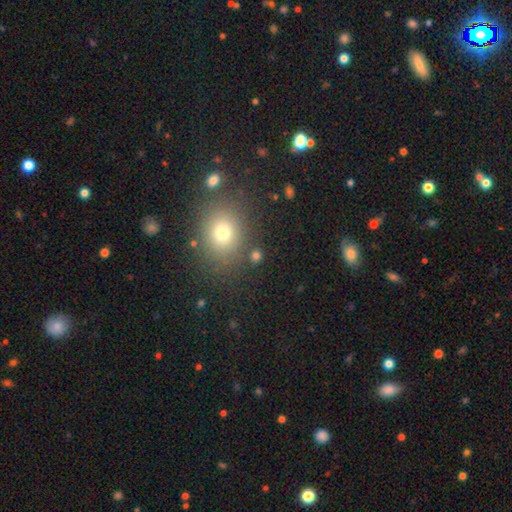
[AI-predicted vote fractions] A smooth galaxy with no disk features (73%) that is round (67%).

Vote fractions:
- Smooth or featured? smooth: 73% / star or artifact: 19% / featured or disk: 8%
- How rounded? round: 67% / in between: 31% / cigar-shaped: 2%
- Merging? none: 81% / minor disturbance: 9% / merger: 7% / major disturbance: 4%